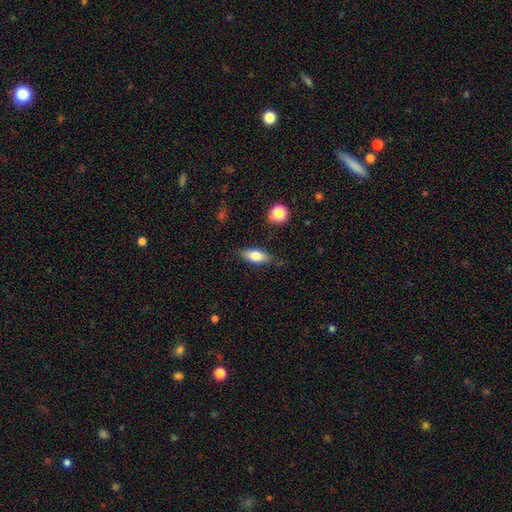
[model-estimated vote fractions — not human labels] Overall: smooth (75%). How rounded: in between (79%). Merging: none (77%).